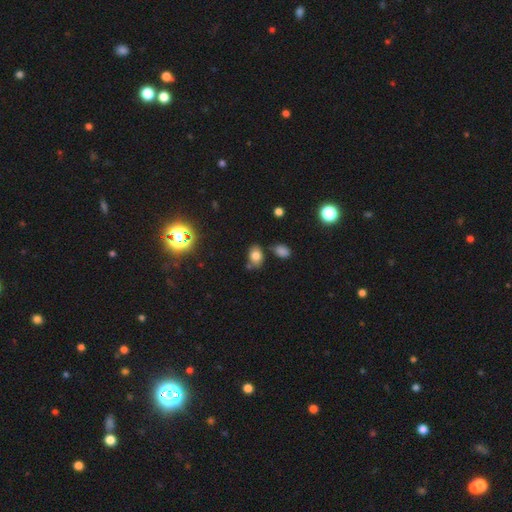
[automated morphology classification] Smooth or featured: smooth — 74% (star or artifact — 15%)
How rounded: in between — 76% (round — 22%)
Merging: none — 67% (minor disturbance — 18%)